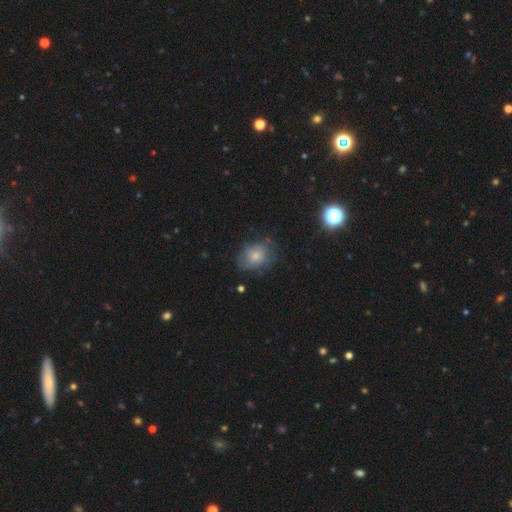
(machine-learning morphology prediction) Smooth or featured?
  - smooth: 72% *
  - featured or disk: 19%
  - star or artifact: 10%
How rounded?
  - in between: 61% *
  - round: 38%
  - cigar-shaped: 1%
Merging?
  - none: 62% *
  - minor disturbance: 26%
  - major disturbance: 11%
  - merger: 2%